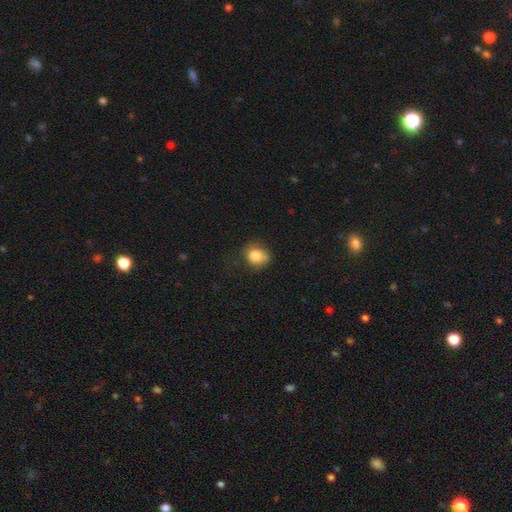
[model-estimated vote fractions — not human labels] Smooth or featured?
  - smooth: 82% *
  - star or artifact: 10%
  - featured or disk: 8%
How rounded?
  - round: 70% *
  - in between: 29%
  - cigar-shaped: 1%
Merging?
  - none: 59% *
  - minor disturbance: 27%
  - major disturbance: 9%
  - merger: 5%